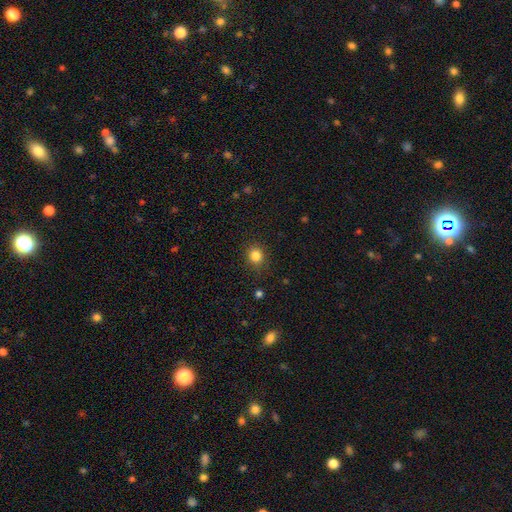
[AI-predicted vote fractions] Smooth or featured: smooth — 84% (star or artifact — 12%)
How rounded: round — 83% (in between — 16%)
Merging: none — 86% (minor disturbance — 9%)